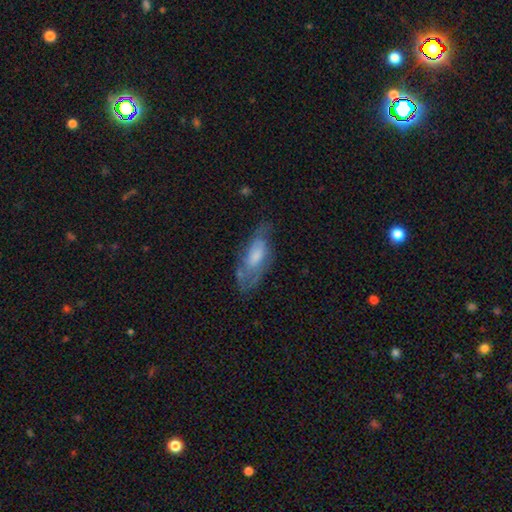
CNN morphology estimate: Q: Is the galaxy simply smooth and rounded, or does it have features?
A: featured or disk — 55%.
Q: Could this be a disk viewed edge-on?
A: no — 85%.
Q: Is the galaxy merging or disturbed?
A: none — 53%.